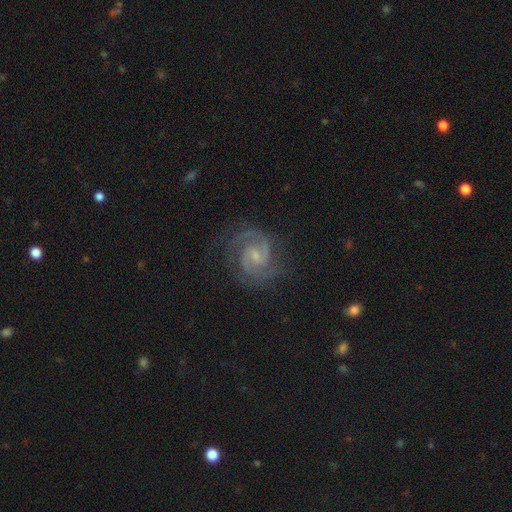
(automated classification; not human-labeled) Smooth or featured? Predicted: featured or disk (p=0.91). Edge-on disk? Predicted: no (p=0.98). Bar? Predicted: weak (p=0.55). Spiral arms? Predicted: yes (p=0.98). Spiral winding? Predicted: medium (p=0.53). Spiral arm count? Predicted: 2 (p=0.88). Bulge size? Predicted: small (p=0.63). Merging? Predicted: none (p=0.78).